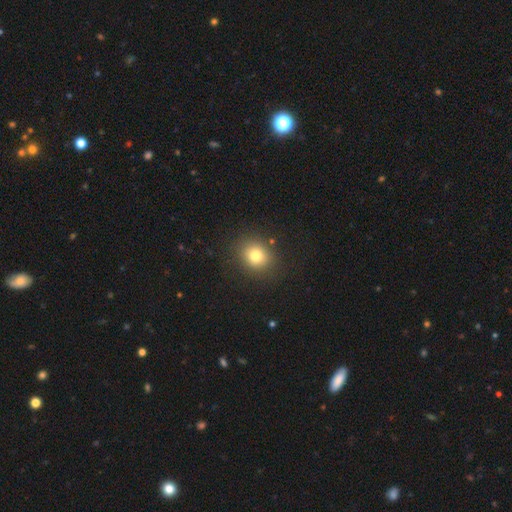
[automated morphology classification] type=smooth (79%); roundness=round (73%); merging=none (87%).